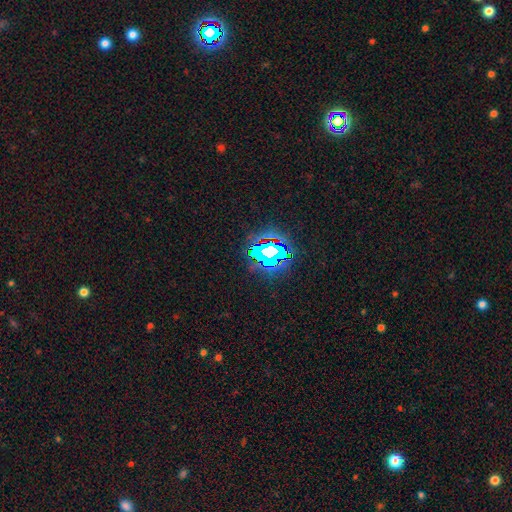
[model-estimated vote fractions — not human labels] A star or artifact, not a galaxy (83%).